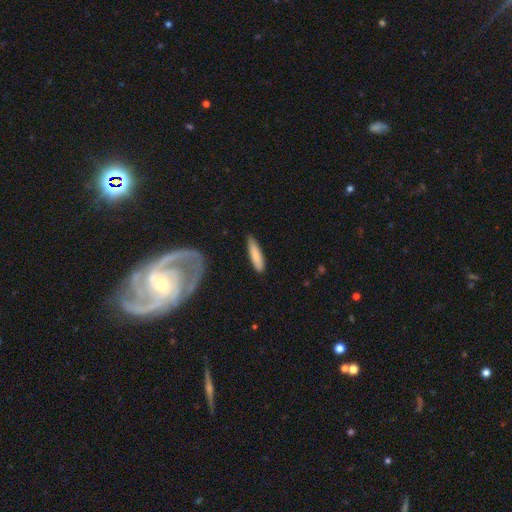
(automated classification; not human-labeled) Morphology: type=smooth (82%); roundness=cigar-shaped (75%); merging=none (84%).